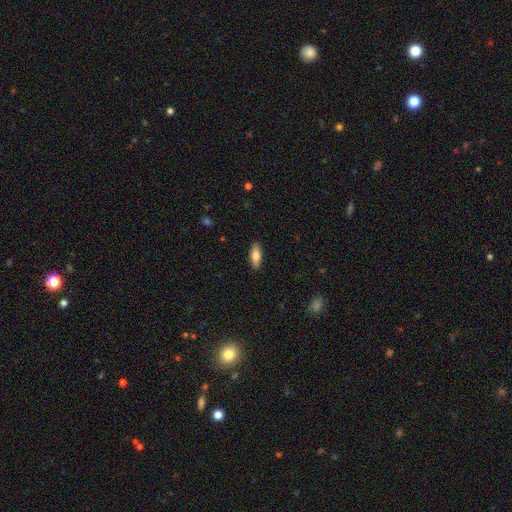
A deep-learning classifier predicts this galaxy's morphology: Smooth or featured? smooth (79%)
How rounded? in between (75%)
Merging? none (89%)